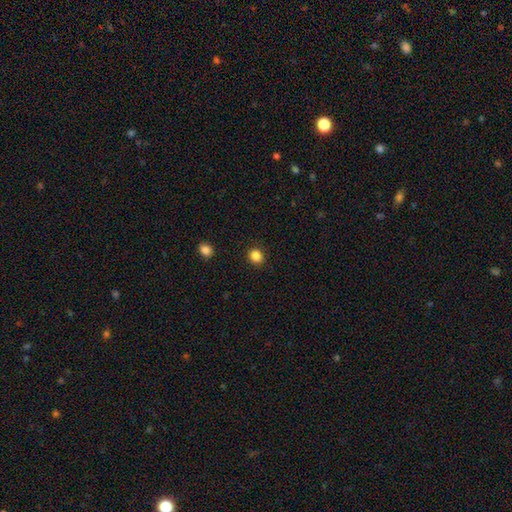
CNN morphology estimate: smooth 86%, star or artifact 11%, featured or disk 3%. Down the decision tree: how rounded — round (75%); merging — none (90%).